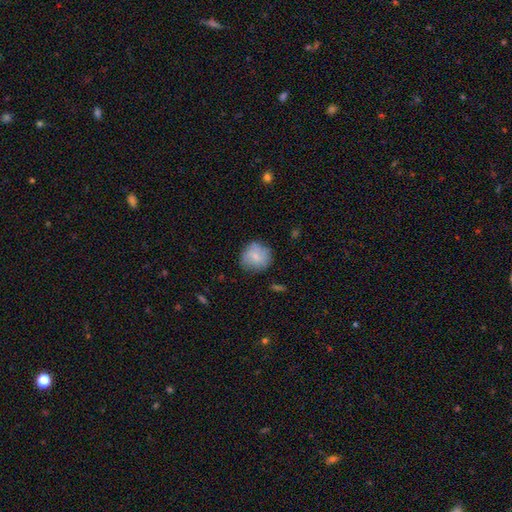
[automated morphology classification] smooth-or-featured: smooth: 75% | featured or disk: 17% | star or artifact: 8%
  how-rounded: round: 88% | in between: 11% | cigar-shaped: 1%
  merging: none: 75% | minor disturbance: 18% | major disturbance: 5% | merger: 2%